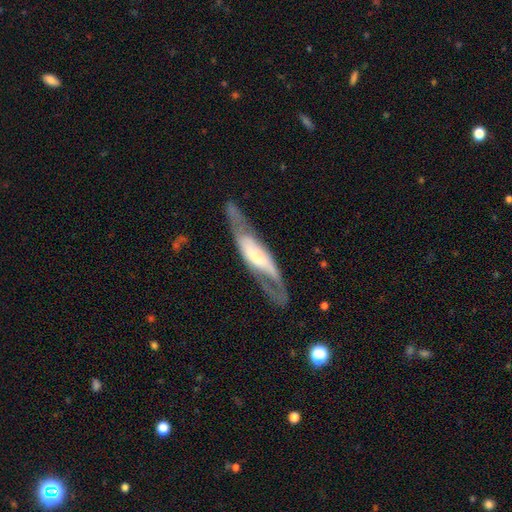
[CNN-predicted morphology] featured or disk 75%, smooth 19%, star or artifact 5%. Down the decision tree: edge-on disk — no (60%); merging — none (65%).